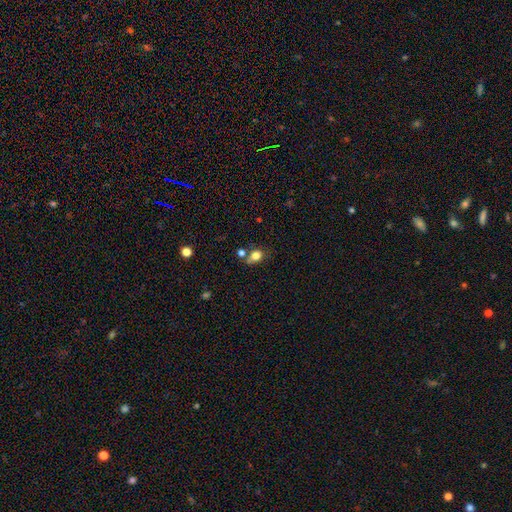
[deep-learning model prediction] smooth 79%, star or artifact 12%, featured or disk 8%. Down the decision tree: how rounded — in between (52%); merging — none (55%).